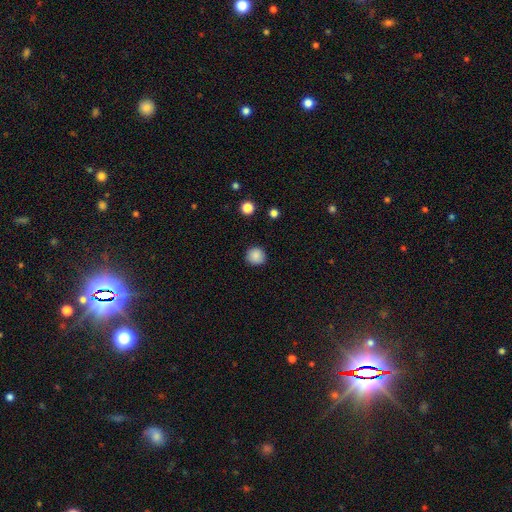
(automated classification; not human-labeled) smooth_or_featured: smooth (p=0.87) [alt: star or artifact p=0.10]
how_rounded: round (p=0.93) [alt: in between p=0.06]
merging: none (p=0.90) [alt: minor disturbance p=0.07]